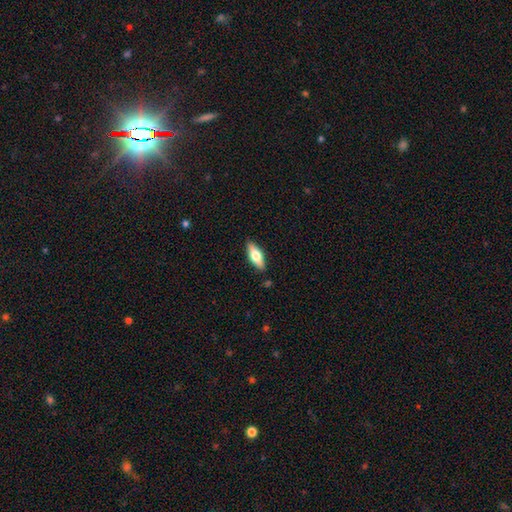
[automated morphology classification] This is possibly a smooth galaxy (55%). How rounded: likely in between (65%). Merging: clearly none (87%).